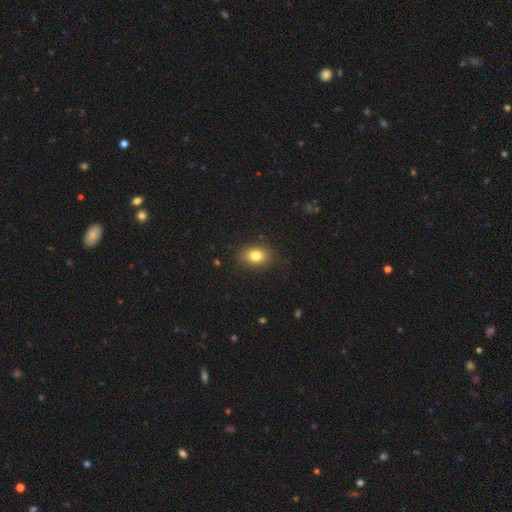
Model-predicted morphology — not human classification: A smooth galaxy with no disk features (82%) that is in between round and cigar-shaped (75%). Merging: none (86%).